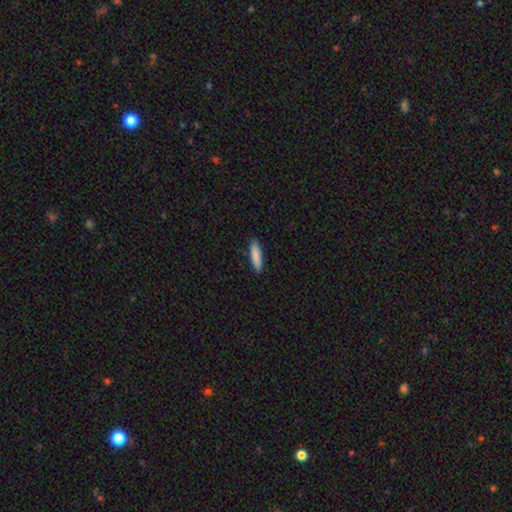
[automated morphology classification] The model was most divided on "how rounded": cigar-shaped: 83%, in between: 16%, round: 1%. More confident: merging — none (91%); smooth or featured — smooth (86%).